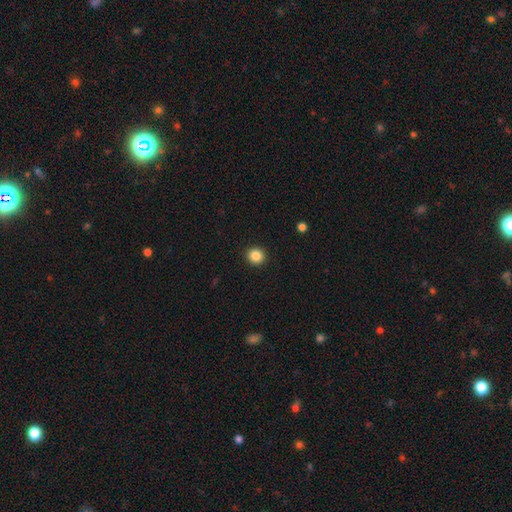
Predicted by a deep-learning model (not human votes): Overall: smooth (85%). How rounded: round (93%). Merging: none (93%).